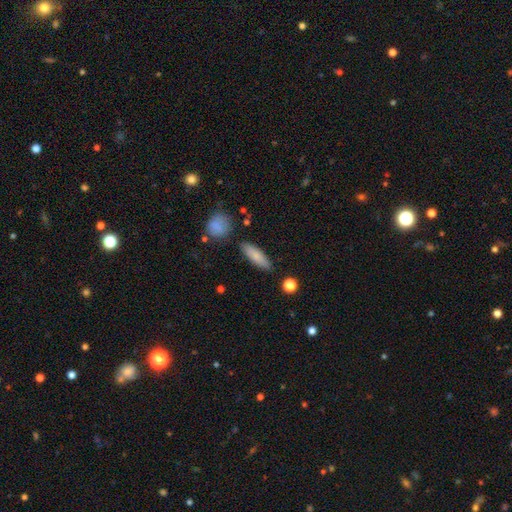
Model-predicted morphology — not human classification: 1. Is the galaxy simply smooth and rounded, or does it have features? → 80% smooth, 13% featured or disk, 7% star or artifact.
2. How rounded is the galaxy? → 53% cigar-shaped, 45% in between, 3% round.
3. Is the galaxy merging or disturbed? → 83% none, 10% minor disturbance, 4% merger, 3% major disturbance.